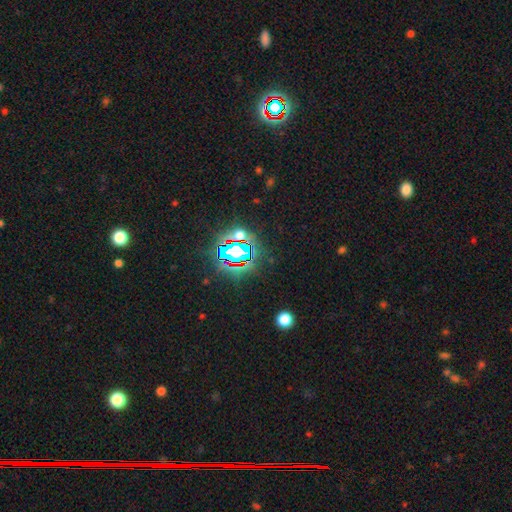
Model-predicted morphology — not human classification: smooth_or_featured: star or artifact (p=0.84) [alt: smooth p=0.09]